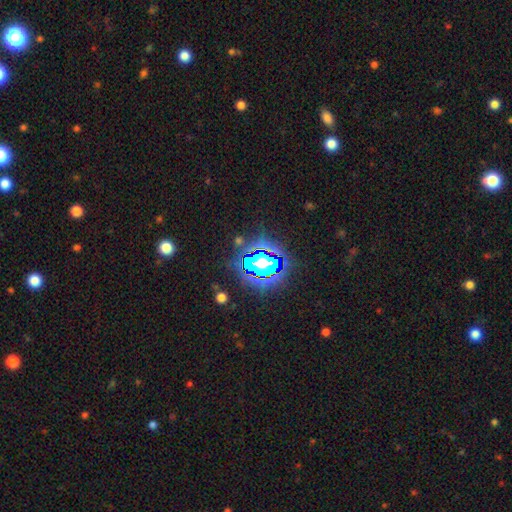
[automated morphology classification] Smooth or featured? star or artifact (79%)